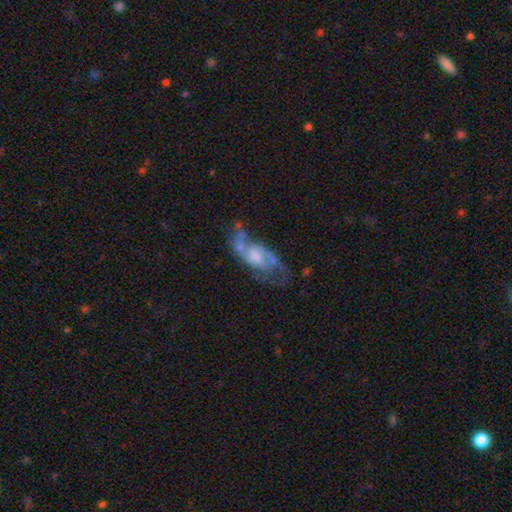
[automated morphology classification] smooth_or_featured: featured or disk (p=0.72) [alt: smooth p=0.20]
disk_edge_on: no (p=0.92) [alt: yes p=0.08]
bar: no (p=0.61) [alt: weak p=0.32]
has_spiral_arms: yes (p=0.77) [alt: no p=0.23]
spiral_winding: medium (p=0.43) [alt: loose p=0.38]
spiral_arm_count: 2 (p=0.61) [alt: can't tell p=0.22]
bulge_size: moderate (p=0.37) [alt: small p=0.27]
merging: none (p=0.39) [alt: major disturbance p=0.30]